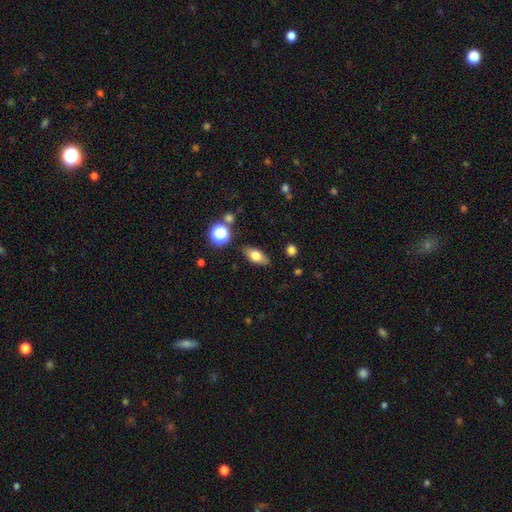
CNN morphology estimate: Q: Smooth or featured?
A: smooth (70%); runner-up: featured or disk (20%)
Q: How rounded?
A: in between (79%); runner-up: cigar-shaped (12%)
Q: Merging?
A: none (84%); runner-up: minor disturbance (11%)